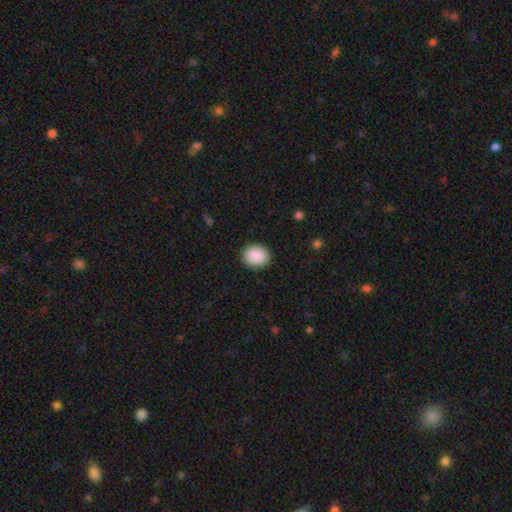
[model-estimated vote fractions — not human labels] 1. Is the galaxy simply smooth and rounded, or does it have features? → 89% smooth, 7% star or artifact, 4% featured or disk.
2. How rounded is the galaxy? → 62% round, 38% in between, 1% cigar-shaped.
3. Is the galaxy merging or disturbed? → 90% none, 7% minor disturbance, 2% major disturbance, 1% merger.